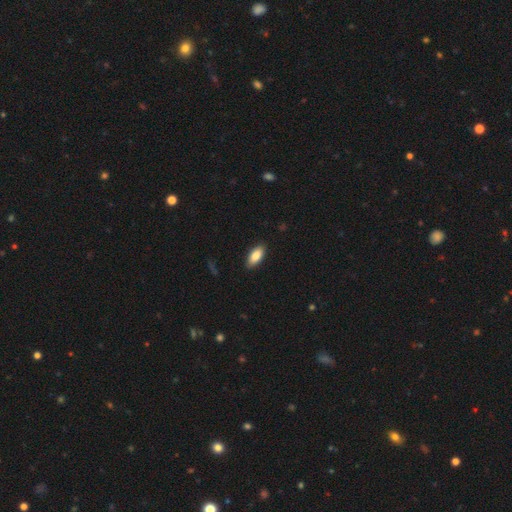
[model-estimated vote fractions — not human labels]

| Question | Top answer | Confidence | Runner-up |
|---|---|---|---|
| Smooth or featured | smooth | 85% | featured or disk (9%) |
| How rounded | in between | 88% | cigar-shaped (10%) |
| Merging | none | 88% | minor disturbance (9%) |